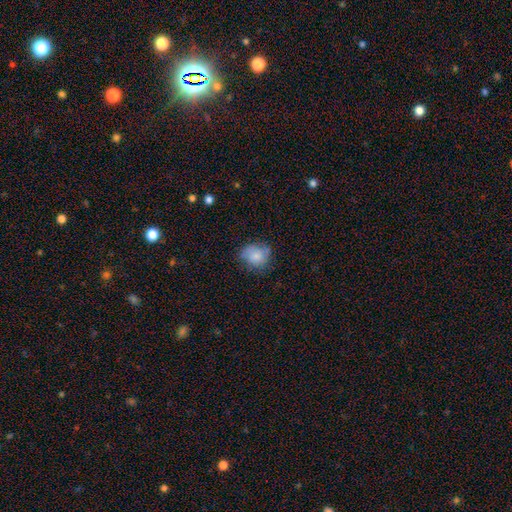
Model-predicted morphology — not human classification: Overall: smooth (74%). How rounded: round (70%). Merging: none (62%; minor disturbance 28%).